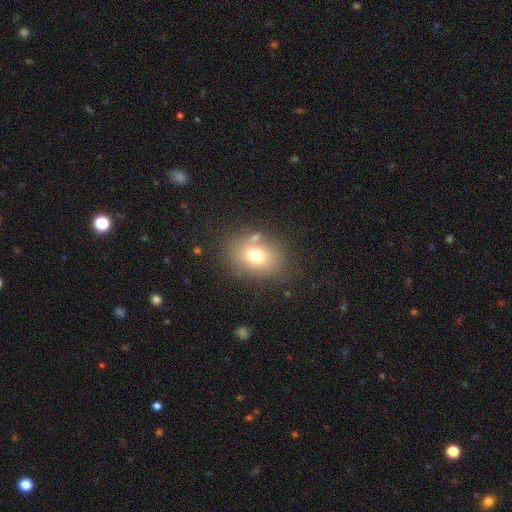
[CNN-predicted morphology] Overall: smooth (71%). How rounded: in between (57%; round 42%). Merging: none (73%).